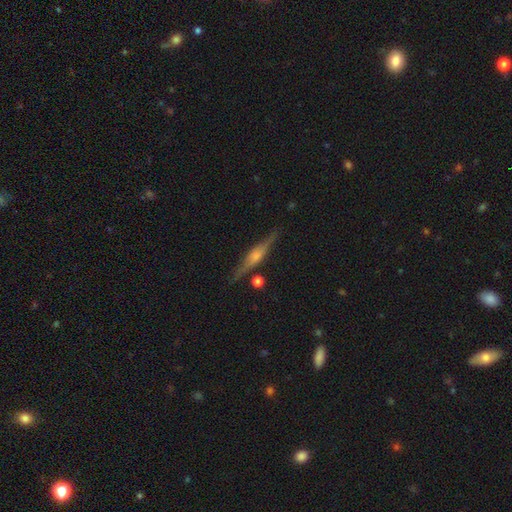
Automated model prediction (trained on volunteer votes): Q: Smooth or featured?
A: featured or disk (77%); runner-up: smooth (16%)
Q: Edge-on disk?
A: yes (98%); runner-up: no (2%)
Q: Edge-on bulge?
A: rounded (72%); runner-up: boxy (21%)
Q: Merging?
A: none (87%); runner-up: minor disturbance (9%)